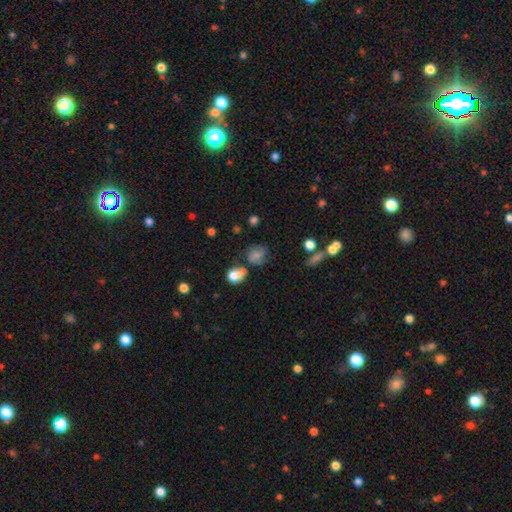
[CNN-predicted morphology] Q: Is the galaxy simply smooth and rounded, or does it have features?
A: smooth — 47%.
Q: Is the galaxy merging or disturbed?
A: none — 60%.